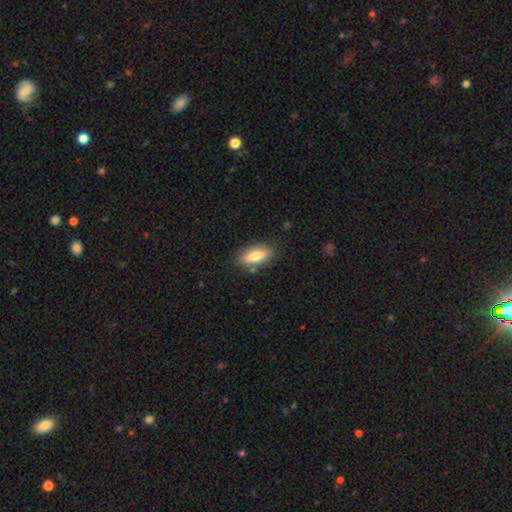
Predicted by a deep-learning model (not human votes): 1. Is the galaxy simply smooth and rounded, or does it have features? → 75% smooth, 18% featured or disk, 7% star or artifact.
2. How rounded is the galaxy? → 76% in between, 21% cigar-shaped, 3% round.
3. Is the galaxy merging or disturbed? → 81% none, 13% minor disturbance, 3% major disturbance, 3% merger.